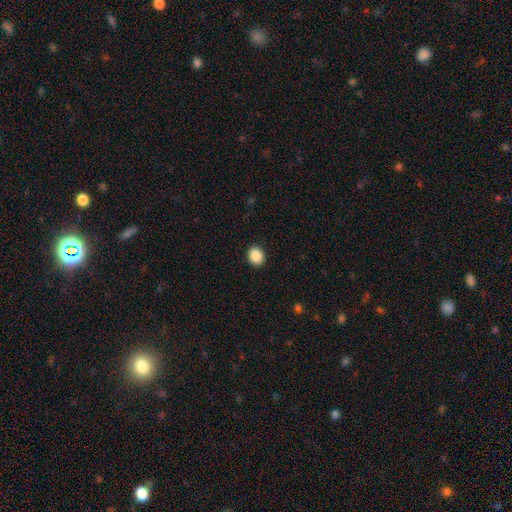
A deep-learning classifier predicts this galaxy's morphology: This is clearly a smooth galaxy (89%). How rounded: likely round (62%). Merging: clearly none (92%).